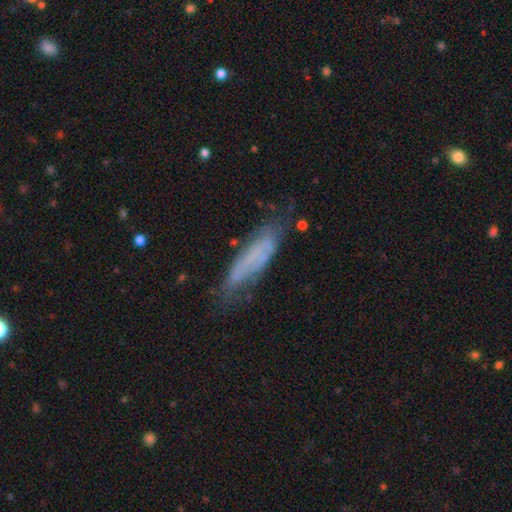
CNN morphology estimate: Overall: smooth (46%; featured or disk 44%). Merging: none (56%; minor disturbance 27%).